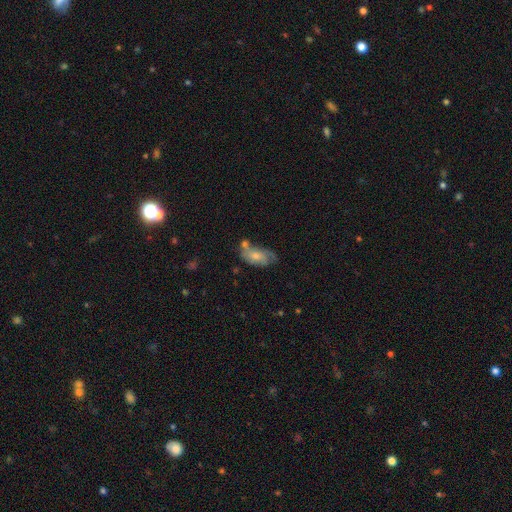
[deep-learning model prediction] A smooth galaxy with no disk features (50%) that is in between round and cigar-shaped (89%). Merging: none (37%).